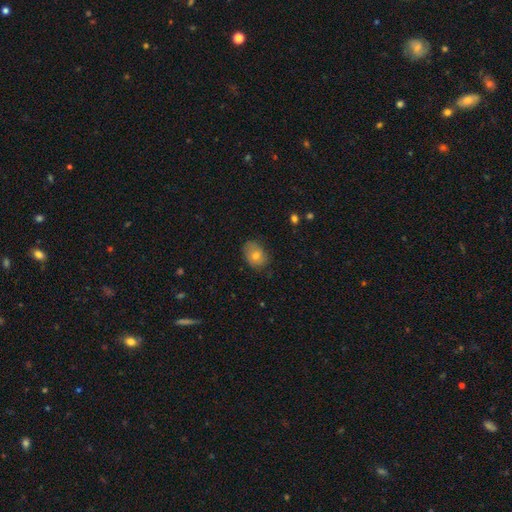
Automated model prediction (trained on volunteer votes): smooth-or-featured: smooth: 73% | featured or disk: 17% | star or artifact: 10%
  how-rounded: in between: 65% | round: 34% | cigar-shaped: 1%
  merging: none: 75% | minor disturbance: 20% | major disturbance: 4% | merger: 1%